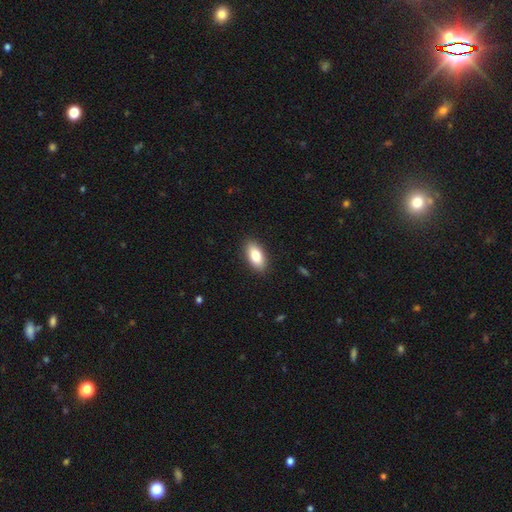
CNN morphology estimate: Smooth or featured? Predicted: smooth (p=0.83). How rounded? Predicted: in between (p=0.90). Merging? Predicted: none (p=0.89).